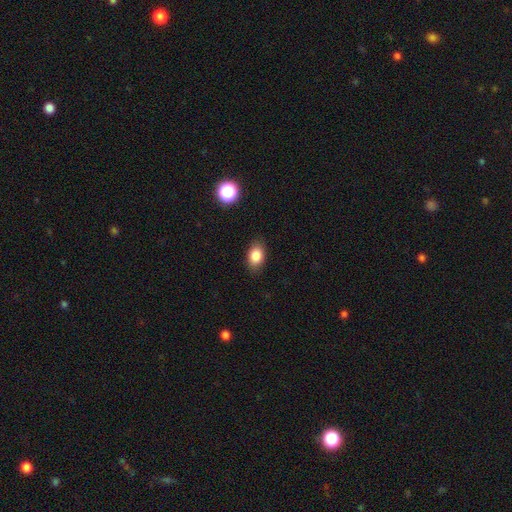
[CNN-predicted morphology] This appears to be a smooth galaxy with no disk features (85%) that is in between round and cigar-shaped (84%). Merging: none (85%).